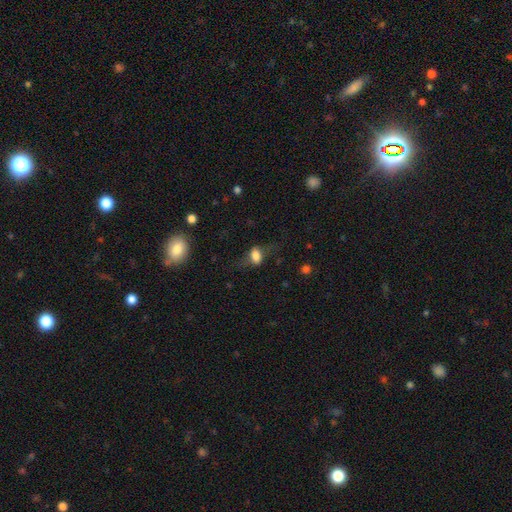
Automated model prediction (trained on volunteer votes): Q: Smooth or featured?
A: smooth (65%); runner-up: featured or disk (24%)
Q: How rounded?
A: in between (78%); runner-up: round (17%)
Q: Merging?
A: none (57%); runner-up: minor disturbance (21%)